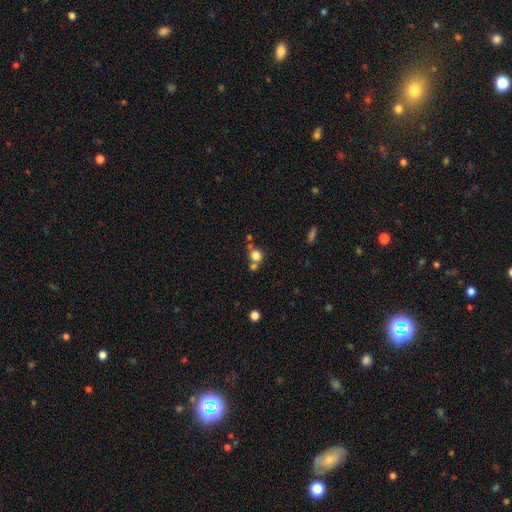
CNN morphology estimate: Smooth or featured? smooth (77%)
How rounded? round (87%)
Merging? none (50%)